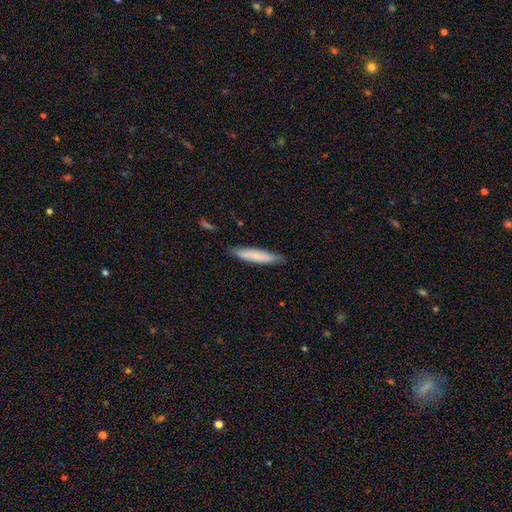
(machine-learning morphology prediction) Smooth or featured? Predicted: smooth (p=0.76). How rounded? Predicted: cigar-shaped (p=0.89). Merging? Predicted: none (p=0.87).